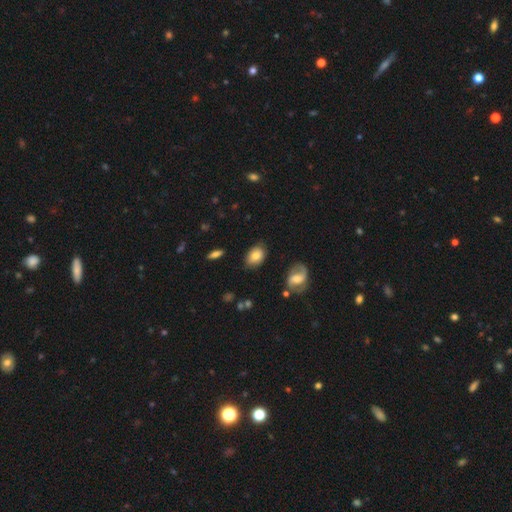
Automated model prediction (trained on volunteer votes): Q: Smooth or featured?
A: smooth (76%); runner-up: featured or disk (16%)
Q: How rounded?
A: in between (82%); runner-up: round (17%)
Q: Merging?
A: none (78%); runner-up: minor disturbance (15%)